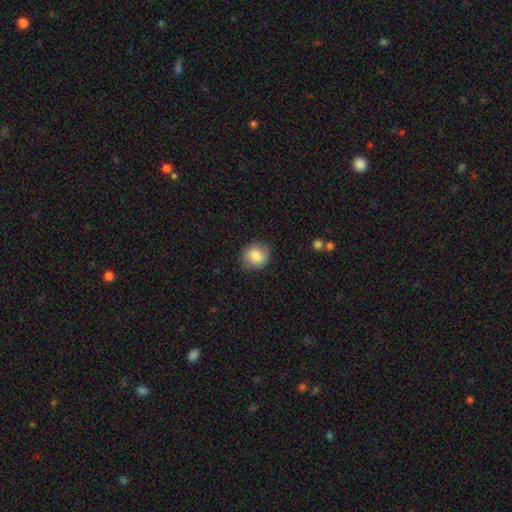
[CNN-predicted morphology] smooth 82%, featured or disk 11%, star or artifact 8%. Down the decision tree: how rounded — round (78%); merging — none (80%).